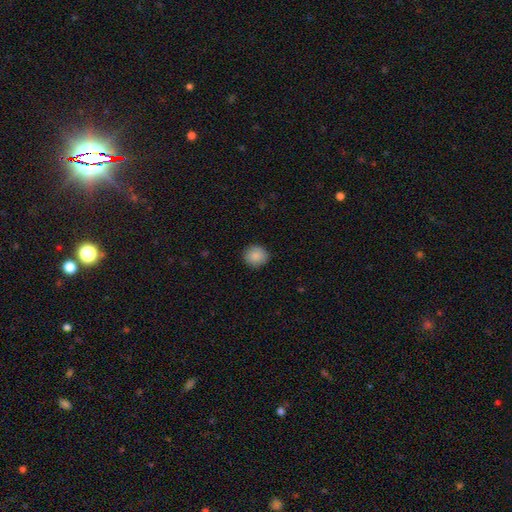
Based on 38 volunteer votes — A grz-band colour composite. It shows a smooth galaxy with no disk features (89%) that is round (94%). Merging: none (83%).